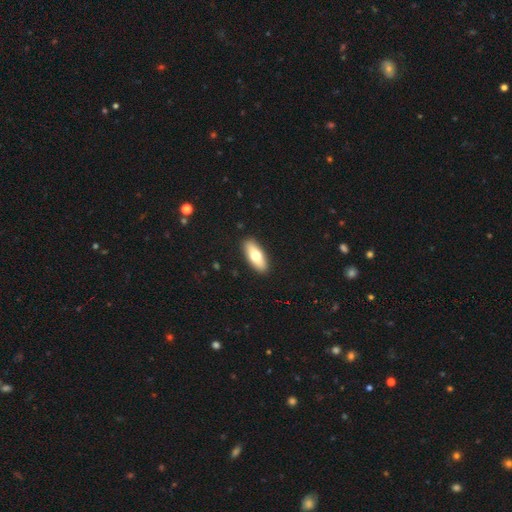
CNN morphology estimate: This is likely a smooth galaxy (69%). How rounded: likely in between (76%). Merging: clearly none (91%).